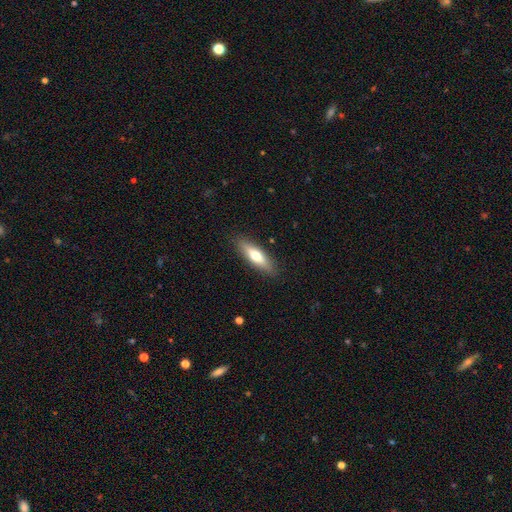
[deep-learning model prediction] A smooth galaxy with no disk features (64%) that is cigar-shaped (57%).

Vote fractions:
- Smooth or featured? smooth: 64% / featured or disk: 30% / star or artifact: 6%
- How rounded? cigar-shaped: 57% / in between: 40% / round: 2%
- Merging? none: 88% / minor disturbance: 9% / major disturbance: 2% / merger: 1%